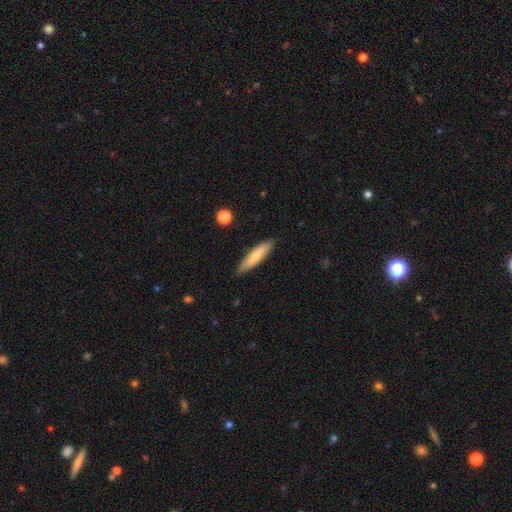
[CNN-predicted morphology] Smooth or featured? smooth (73%)
How rounded? cigar-shaped (78%)
Merging? none (87%)